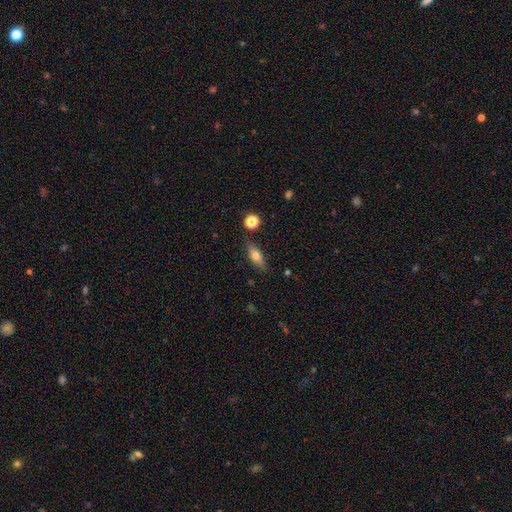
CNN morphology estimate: Smooth or featured: smooth — 59% (featured or disk — 33%)
How rounded: in between — 59% (cigar-shaped — 36%)
Merging: none — 82% (minor disturbance — 12%)